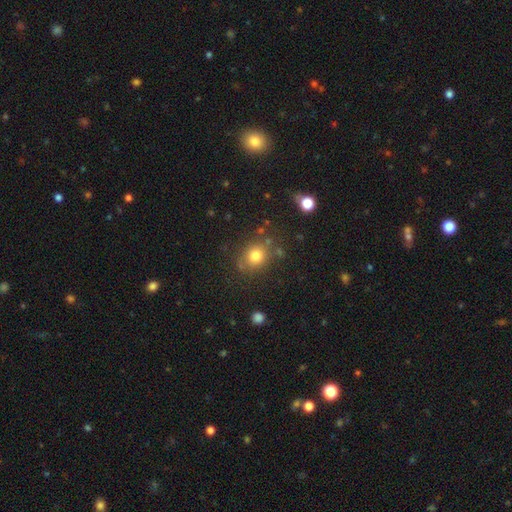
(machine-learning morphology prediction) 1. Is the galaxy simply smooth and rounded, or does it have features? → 78% smooth, 13% star or artifact, 9% featured or disk.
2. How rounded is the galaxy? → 71% round, 28% in between, 1% cigar-shaped.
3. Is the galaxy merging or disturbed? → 76% none, 14% minor disturbance, 5% major disturbance, 5% merger.